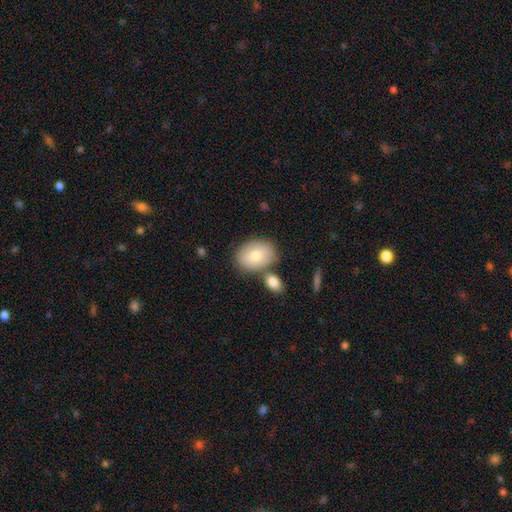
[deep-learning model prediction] Smooth or featured? smooth (75%)
How rounded? in between (73%)
Merging? none (66%)